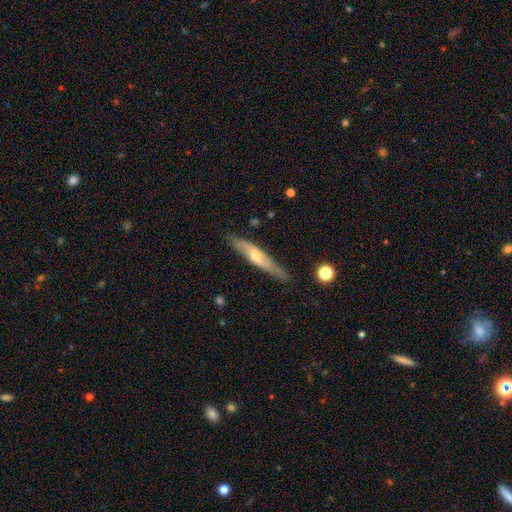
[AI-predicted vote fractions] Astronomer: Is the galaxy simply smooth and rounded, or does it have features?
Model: featured or disk — 55% (runner-up: smooth, 39%).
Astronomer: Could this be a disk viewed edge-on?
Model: yes — 78%.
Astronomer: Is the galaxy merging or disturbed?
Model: none — 78%.